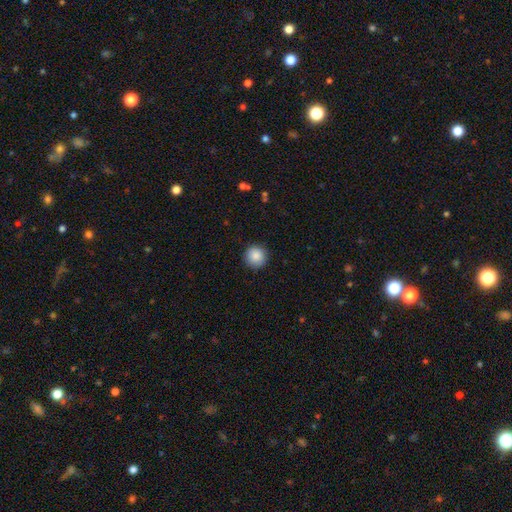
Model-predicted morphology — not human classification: This appears to be a smooth galaxy with no disk features (88%) that is round (95%). Merging: none (92%).